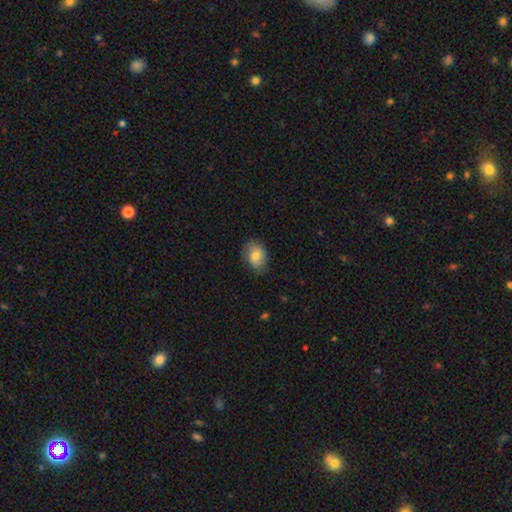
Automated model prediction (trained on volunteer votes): smooth_or_featured: smooth (p=0.78) [alt: featured or disk p=0.14]
how_rounded: in between (p=0.71) [alt: round p=0.28]
merging: none (p=0.75) [alt: minor disturbance p=0.20]